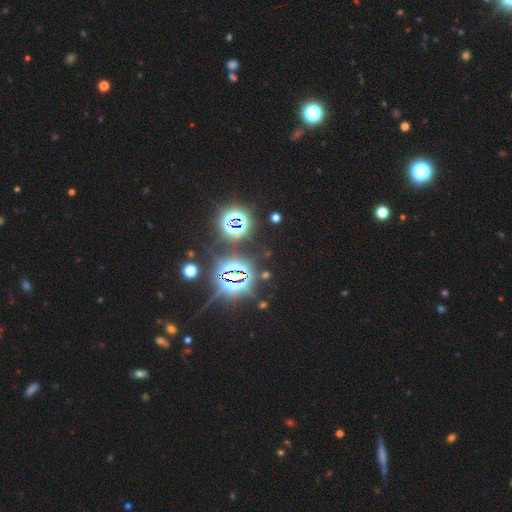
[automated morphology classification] A star or artifact, not a galaxy (84%).